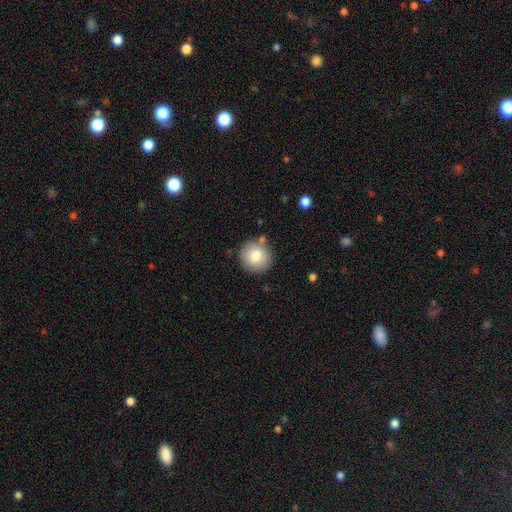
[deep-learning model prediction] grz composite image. It shows a smooth galaxy with no disk features (79%) that is round (92%). Merging: none (83%).